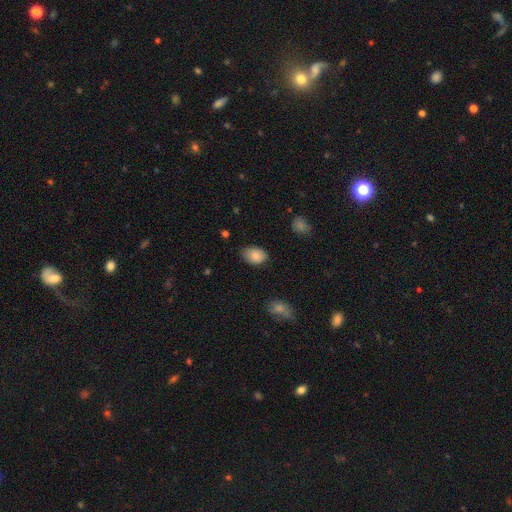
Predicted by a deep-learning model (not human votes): Q: Smooth or featured?
A: smooth (83%); runner-up: featured or disk (10%)
Q: How rounded?
A: in between (84%); runner-up: round (15%)
Q: Merging?
A: none (78%); runner-up: minor disturbance (18%)